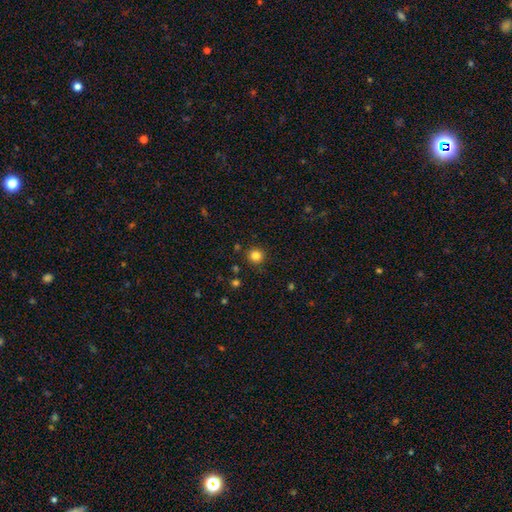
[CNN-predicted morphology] A smooth galaxy with no disk features (82%) that is round (93%). Merging: none (89%).